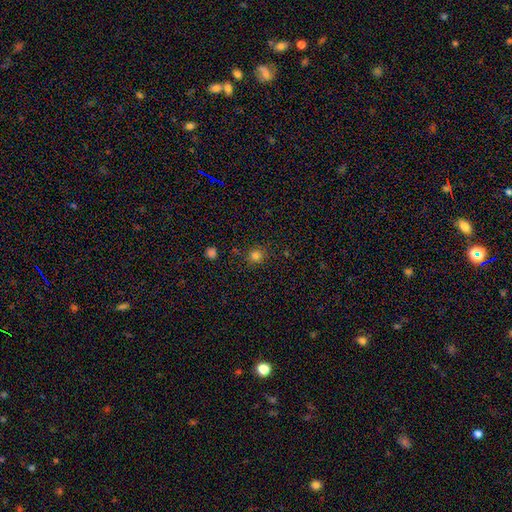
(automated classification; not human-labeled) smooth-or-featured: smooth: 78% | star or artifact: 17% | featured or disk: 5%
  how-rounded: round: 89% | in between: 10% | cigar-shaped: 1%
  merging: none: 85% | minor disturbance: 10% | major disturbance: 3% | merger: 3%